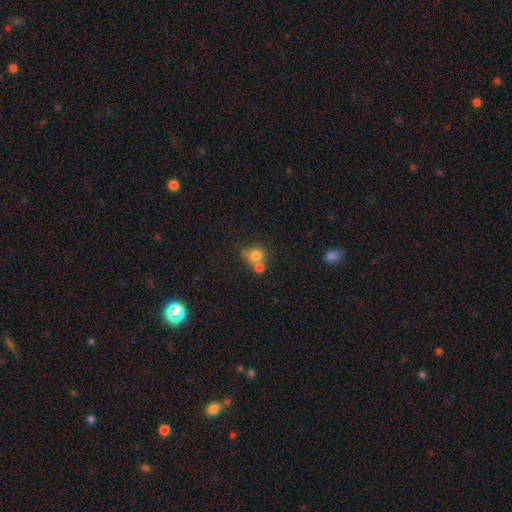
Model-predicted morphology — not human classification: smooth_or_featured: smooth (p=0.77) [alt: featured or disk p=0.13]
how_rounded: round (p=0.73) [alt: in between p=0.25]
merging: merger (p=0.49) [alt: none p=0.35]